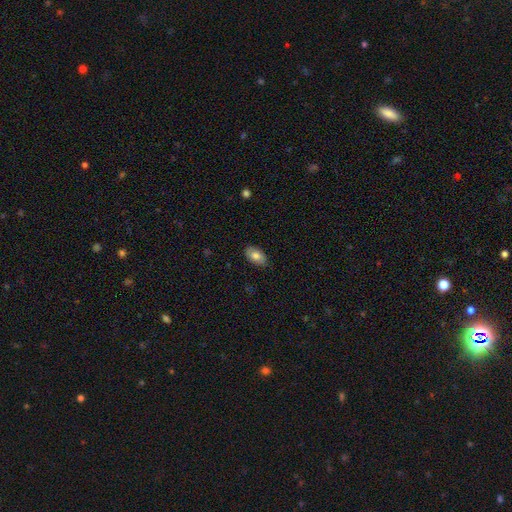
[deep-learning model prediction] The model was most divided on "smooth or featured": smooth: 79%, featured or disk: 14%, star or artifact: 7%. More confident: how rounded — in between (93%); merging — none (85%).